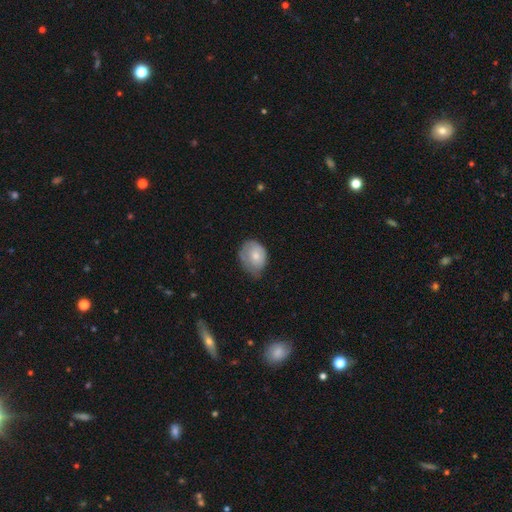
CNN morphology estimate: A smooth galaxy with no disk features (68%) that is in between round and cigar-shaped (55%). Merging: minor disturbance (44%).